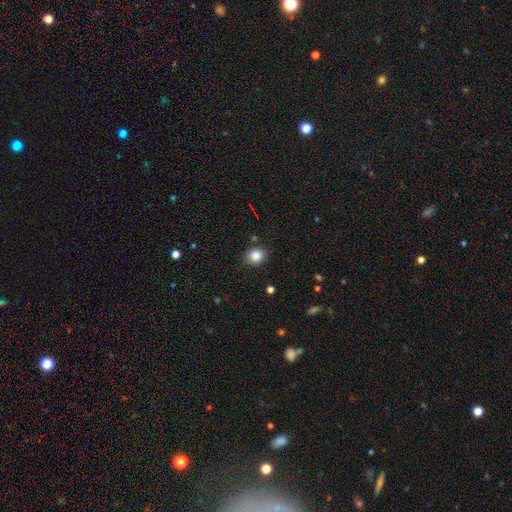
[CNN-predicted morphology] Overall: smooth (85%). How rounded: round (81%). Merging: none (86%).